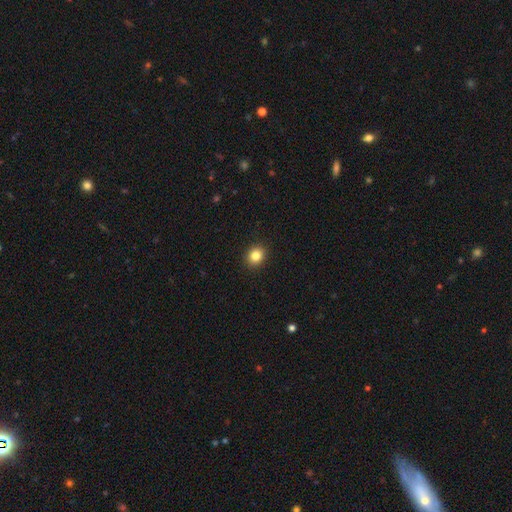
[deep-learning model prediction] Smooth or featured: smooth — 84% (star or artifact — 11%)
How rounded: round — 72% (in between — 27%)
Merging: none — 92% (minor disturbance — 6%)